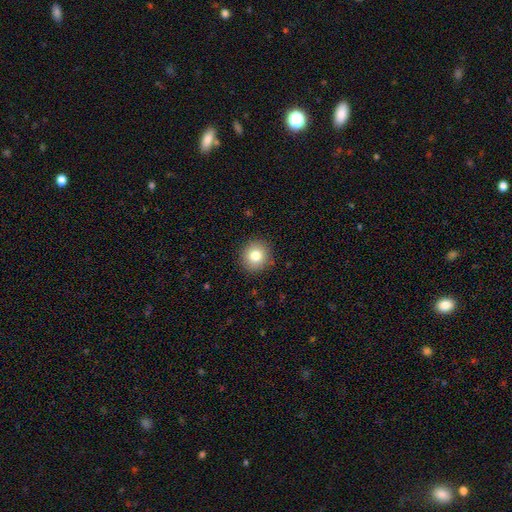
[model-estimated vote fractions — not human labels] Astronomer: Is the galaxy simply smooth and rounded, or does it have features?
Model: smooth — 80%.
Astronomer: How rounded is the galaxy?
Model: round — 91%.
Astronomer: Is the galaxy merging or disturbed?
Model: none — 92%.